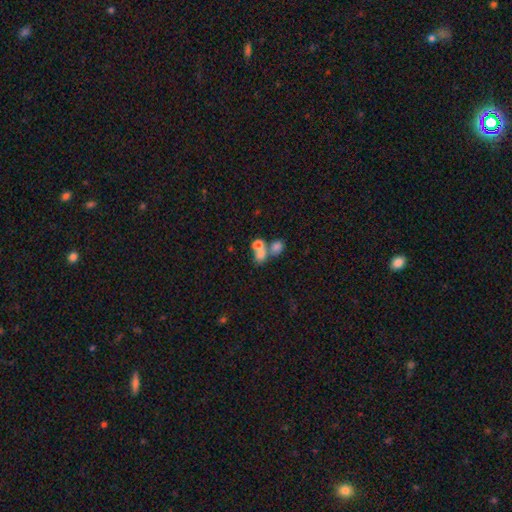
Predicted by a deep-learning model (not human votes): This appears to be a smooth galaxy with no disk features (46%). Merging: merger (46%).